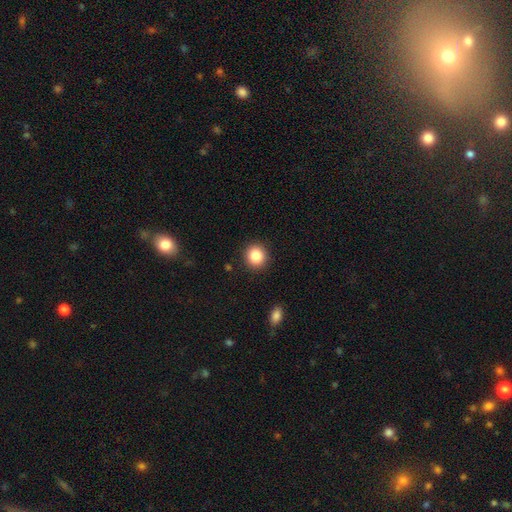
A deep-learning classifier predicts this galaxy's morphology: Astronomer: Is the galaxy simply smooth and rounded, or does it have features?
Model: smooth — 85%.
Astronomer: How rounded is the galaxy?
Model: round — 88%.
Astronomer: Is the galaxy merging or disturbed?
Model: none — 91%.